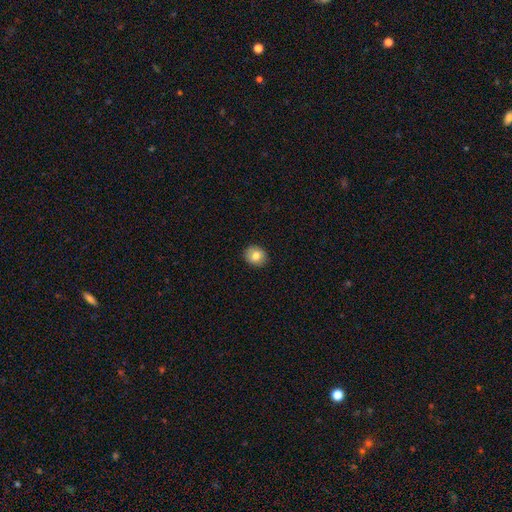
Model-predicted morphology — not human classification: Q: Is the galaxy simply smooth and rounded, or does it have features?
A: smooth — 81%.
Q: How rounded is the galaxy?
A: round — 65%.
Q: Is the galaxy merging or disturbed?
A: none — 90%.